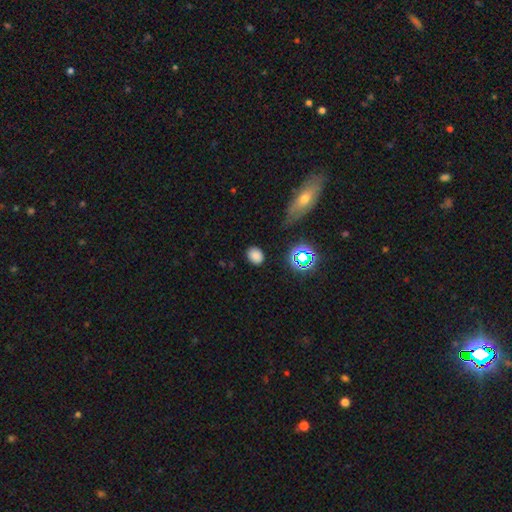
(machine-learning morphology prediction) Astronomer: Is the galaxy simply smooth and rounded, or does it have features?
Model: smooth — 79%.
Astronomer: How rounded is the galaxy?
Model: in between — 54% (runner-up: round, 45%).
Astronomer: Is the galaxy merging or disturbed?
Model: none — 84%.